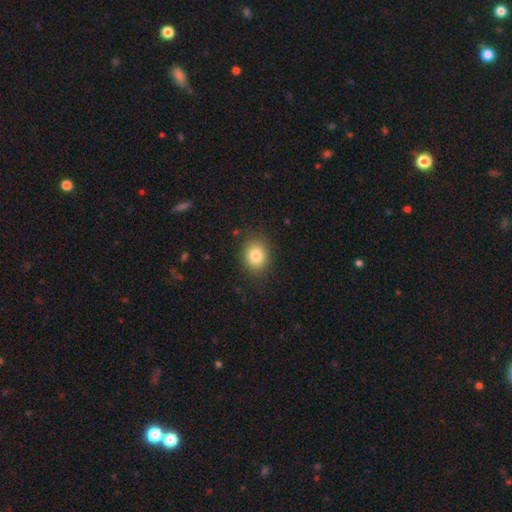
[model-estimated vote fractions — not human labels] smooth-or-featured: smooth: 82% | star or artifact: 10% | featured or disk: 8%
  how-rounded: round: 59% | in between: 40% | cigar-shaped: 1%
  merging: none: 85% | minor disturbance: 10% | major disturbance: 3% | merger: 1%